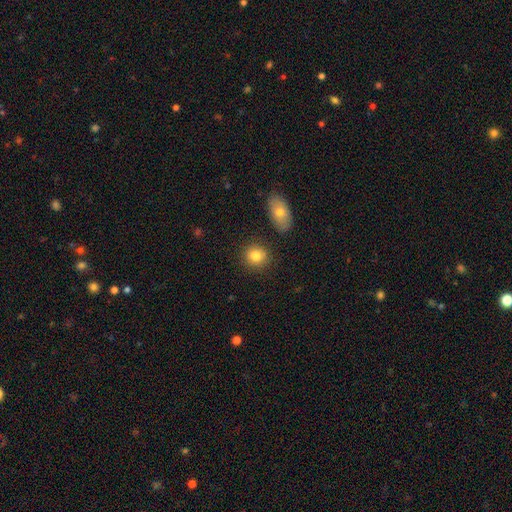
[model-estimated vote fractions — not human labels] Smooth or featured? Predicted: smooth (p=0.83). How rounded? Predicted: round (p=0.80). Merging? Predicted: none (p=0.84).